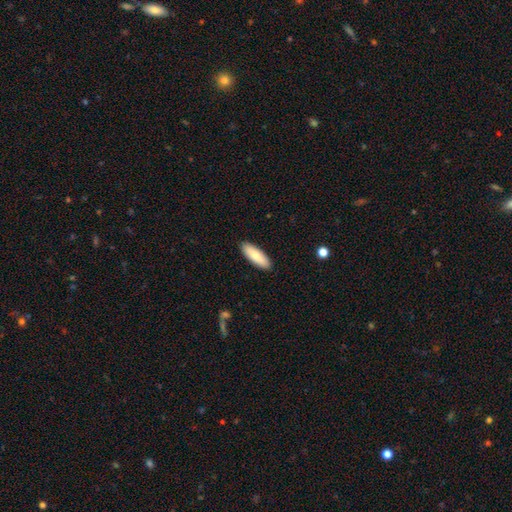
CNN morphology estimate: Q: Smooth or featured?
A: smooth (79%); runner-up: featured or disk (15%)
Q: How rounded?
A: in between (64%); runner-up: cigar-shaped (34%)
Q: Merging?
A: none (90%); runner-up: minor disturbance (7%)